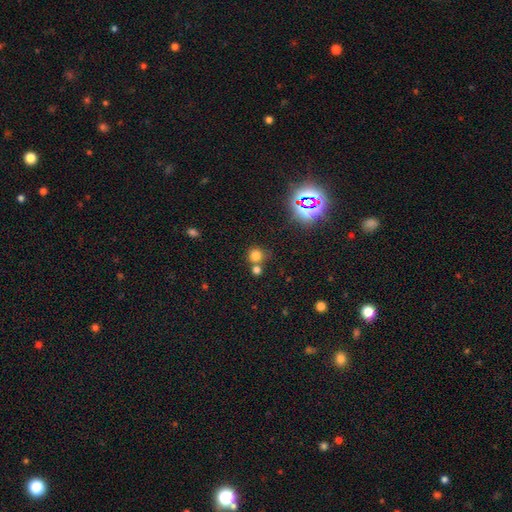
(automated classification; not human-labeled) Smooth or featured?
  - smooth: 72% *
  - star or artifact: 21%
  - featured or disk: 7%
How rounded?
  - round: 90% *
  - in between: 9%
  - cigar-shaped: 1%
Merging?
  - none: 61% *
  - merger: 27%
  - minor disturbance: 8%
  - major disturbance: 3%